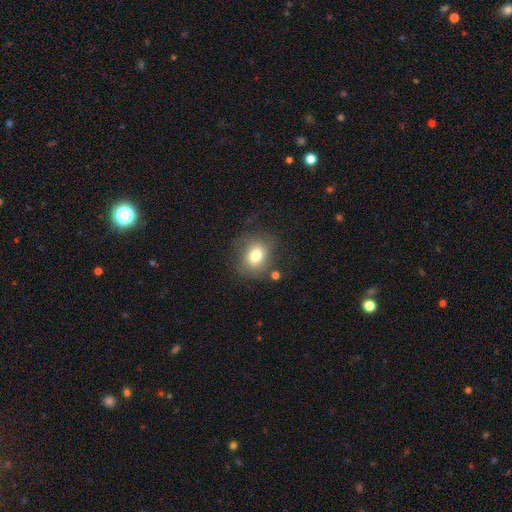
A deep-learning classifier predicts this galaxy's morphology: Q: Smooth or featured?
A: smooth (74%); runner-up: featured or disk (15%)
Q: How rounded?
A: round (60%); runner-up: in between (39%)
Q: Merging?
A: none (68%); runner-up: minor disturbance (19%)